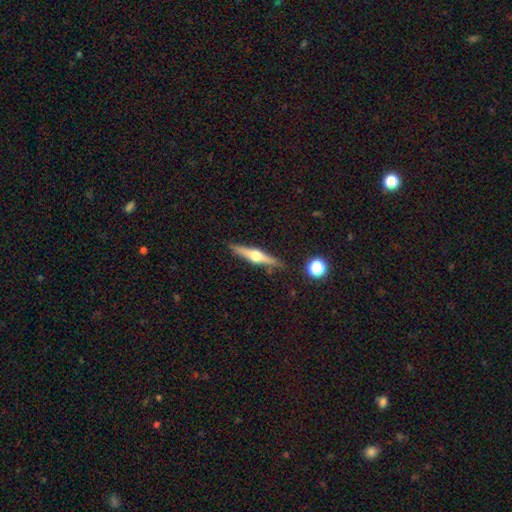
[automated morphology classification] Overall: featured or disk (73%). Edge-on disk: yes (98%). Edge-on bulge: rounded (95%). Merging: none (88%).